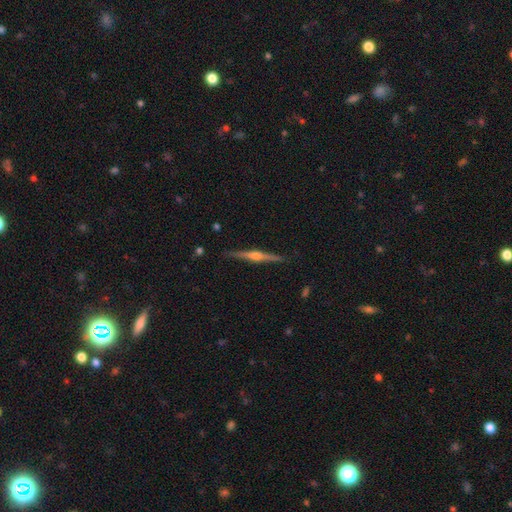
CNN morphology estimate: Smooth or featured?
  - featured or disk: 81% *
  - smooth: 13%
  - star or artifact: 5%
Edge-on disk?
  - yes: 98% *
  - no: 2%
Edge-on bulge?
  - rounded: 91% *
  - boxy: 5%
  - none: 3%
Merging?
  - none: 90% *
  - minor disturbance: 8%
  - major disturbance: 1%
  - merger: 1%